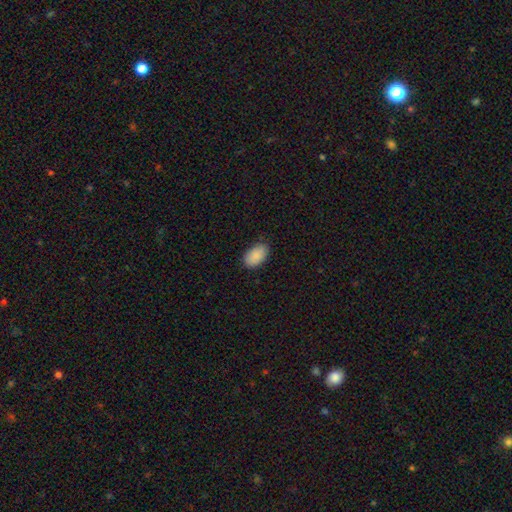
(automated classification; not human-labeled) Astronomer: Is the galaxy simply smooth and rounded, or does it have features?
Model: smooth — 90%.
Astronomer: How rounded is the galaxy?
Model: in between — 94%.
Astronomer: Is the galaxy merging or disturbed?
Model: none — 82%.